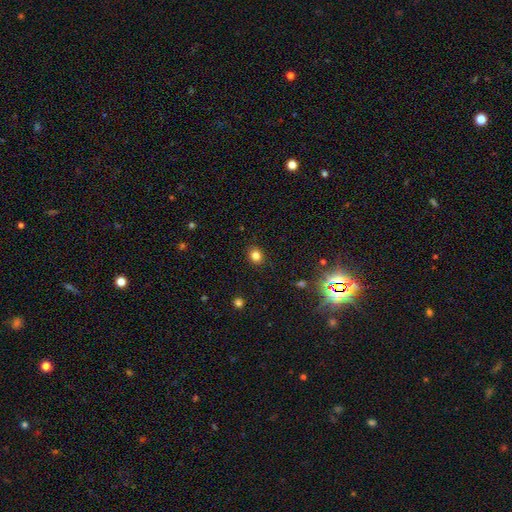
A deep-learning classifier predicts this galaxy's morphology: smooth 81%, star or artifact 14%, featured or disk 5%. Down the decision tree: how rounded — round (69%); merging — none (90%).